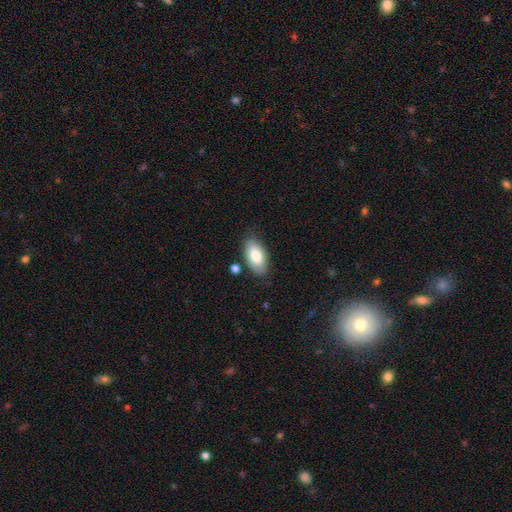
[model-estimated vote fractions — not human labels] A smooth galaxy with no disk features (81%) that is in between round and cigar-shaped (94%).

Vote fractions:
- Smooth or featured? smooth: 81% / featured or disk: 13% / star or artifact: 6%
- How rounded? in between: 94% / cigar-shaped: 3% / round: 3%
- Merging? none: 80% / minor disturbance: 14% / merger: 4% / major disturbance: 3%